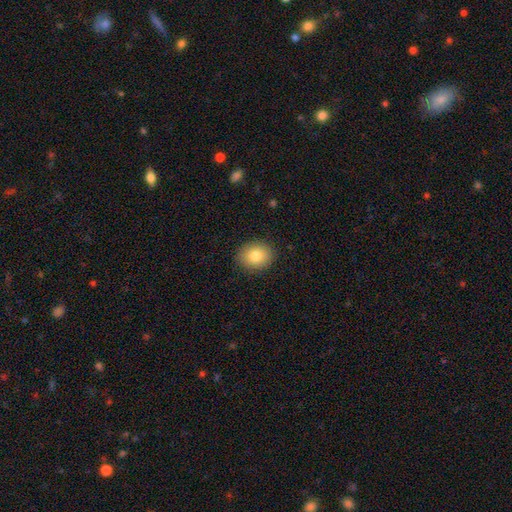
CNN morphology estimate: Smooth or featured?
  - smooth: 82% *
  - featured or disk: 10%
  - star or artifact: 9%
How rounded?
  - round: 58% *
  - in between: 42%
  - cigar-shaped: 1%
Merging?
  - none: 89% *
  - minor disturbance: 8%
  - major disturbance: 2%
  - merger: 1%